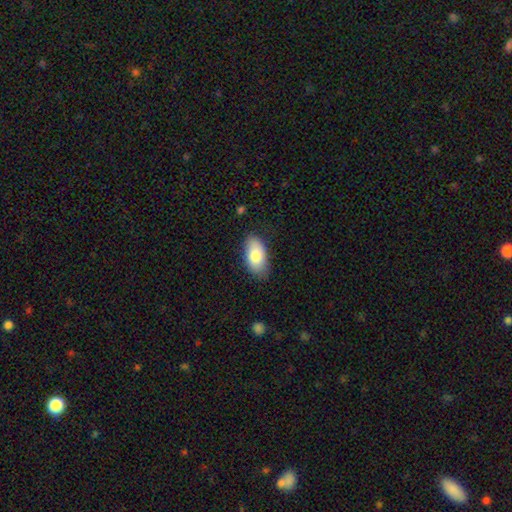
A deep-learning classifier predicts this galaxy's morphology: Q: Smooth or featured?
A: smooth (81%); runner-up: featured or disk (13%)
Q: How rounded?
A: in between (93%); runner-up: round (4%)
Q: Merging?
A: none (81%); runner-up: minor disturbance (15%)